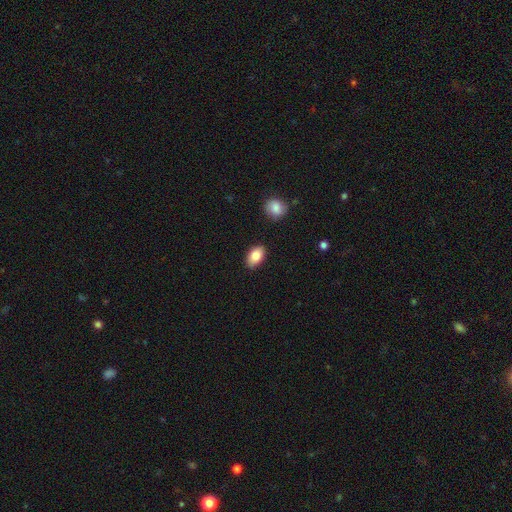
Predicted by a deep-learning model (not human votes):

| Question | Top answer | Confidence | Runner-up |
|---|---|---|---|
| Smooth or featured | smooth | 83% | featured or disk (9%) |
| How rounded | in between | 91% | round (7%) |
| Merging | none | 85% | minor disturbance (11%) |